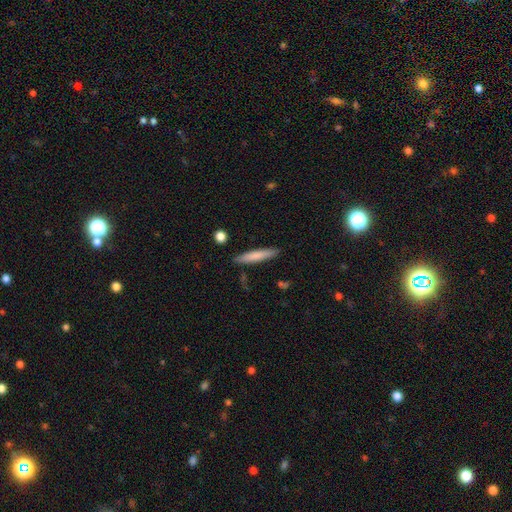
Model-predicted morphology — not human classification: Smooth or featured?
  - smooth: 75% *
  - featured or disk: 19%
  - star or artifact: 6%
How rounded?
  - cigar-shaped: 90% *
  - in between: 9%
  - round: 1%
Merging?
  - none: 87% *
  - minor disturbance: 9%
  - major disturbance: 2%
  - merger: 2%